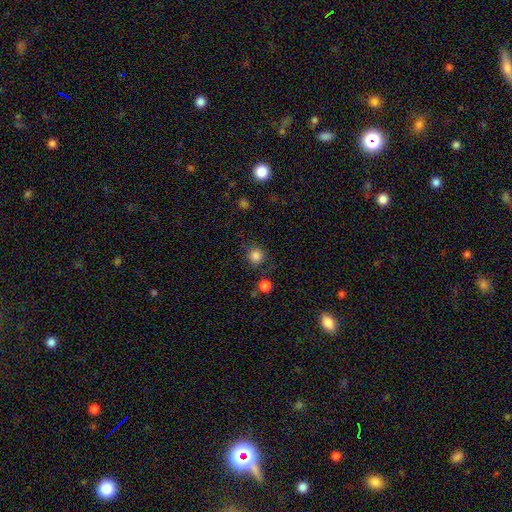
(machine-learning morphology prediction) smooth 83%, star or artifact 13%, featured or disk 4%. Down the decision tree: how rounded — round (93%); merging — none (80%).